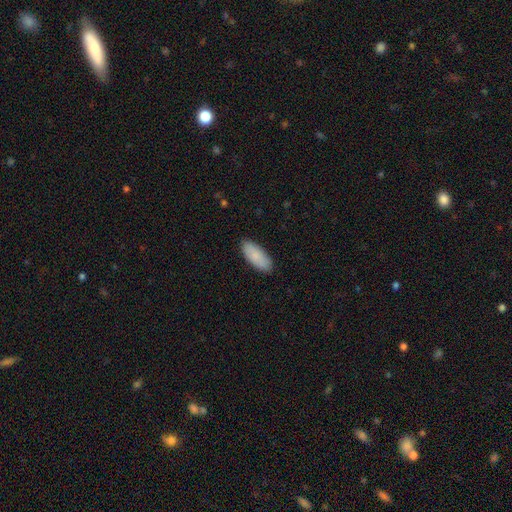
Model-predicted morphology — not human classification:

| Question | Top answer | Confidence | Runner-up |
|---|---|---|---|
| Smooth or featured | smooth | 88% | featured or disk (7%) |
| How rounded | in between | 82% | cigar-shaped (17%) |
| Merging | none | 87% | minor disturbance (10%) |